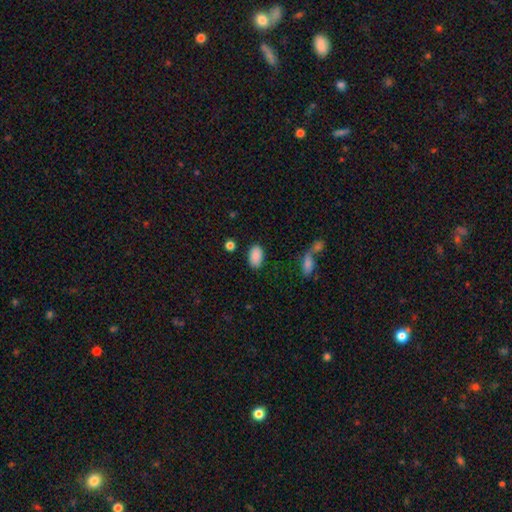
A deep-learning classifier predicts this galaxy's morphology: Smooth or featured: smooth — 89% (star or artifact — 7%)
How rounded: in between — 93% (round — 5%)
Merging: none — 85% (minor disturbance — 9%)